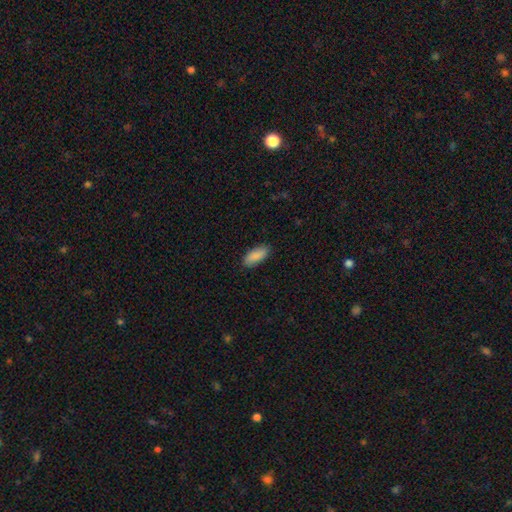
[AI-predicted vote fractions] This appears to be a smooth galaxy with no disk features (90%) that is in between round and cigar-shaped (83%). Merging: none (86%).